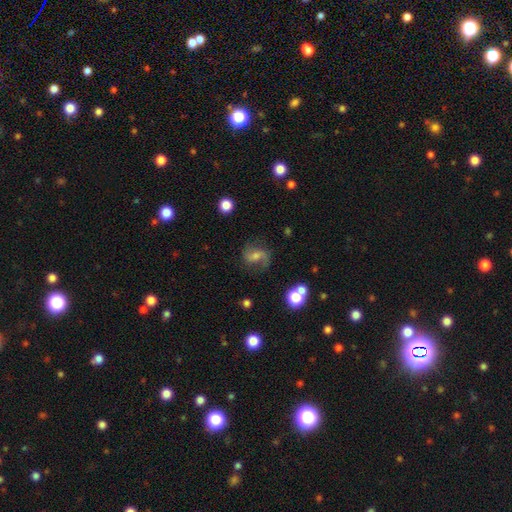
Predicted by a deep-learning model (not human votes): A featured or disk galaxy (69%) with a weak bar (44%), 2 (84%) loose (55%) spiral arms (92%) and a moderate central bulge (44%).

Vote fractions:
- Smooth or featured? featured or disk: 69% / smooth: 21% / star or artifact: 11%
- Edge-on disk? no: 97% / yes: 3%
- Bar? weak: 44% / no: 38% / strong: 17%
- Spiral arms? yes: 92% / no: 8%
- Spiral winding? loose: 55% / medium: 37% / tight: 9%
- Spiral arm count? 2: 84% / 1: 7% / can't tell: 4% / 3: 2% / 4: 1% / more than 4: 1%
- Bulge size? moderate: 44% / small: 39% / none: 8% / large: 6% / dominant: 2%
- Merging? none: 66% / minor disturbance: 18% / major disturbance: 13% / merger: 3%